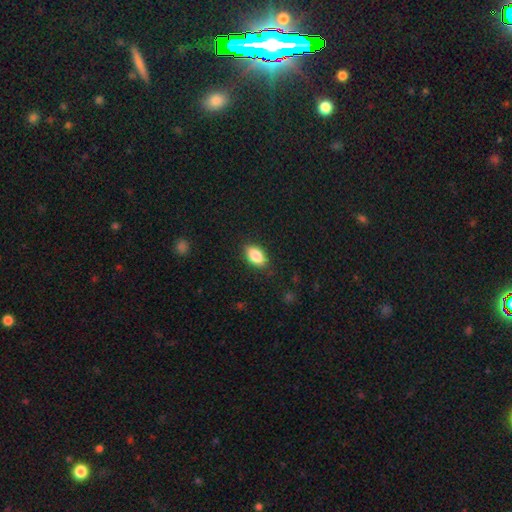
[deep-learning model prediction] This appears to be a smooth galaxy with no disk features (85%) that is in between round and cigar-shaped (91%). Merging: none (87%).